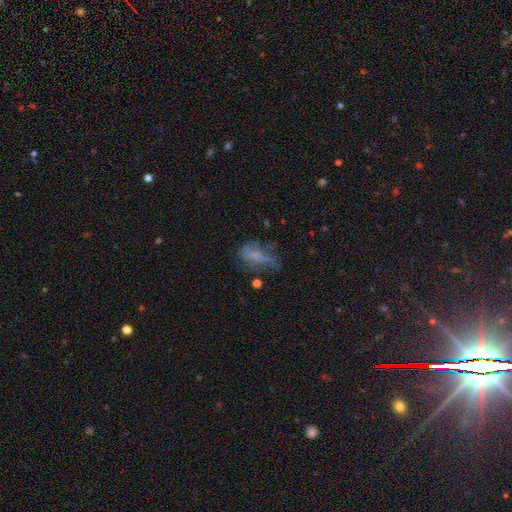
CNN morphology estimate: Smooth or featured: smooth — 47% (featured or disk — 38%)
Merging: none — 38% (major disturbance — 32%)